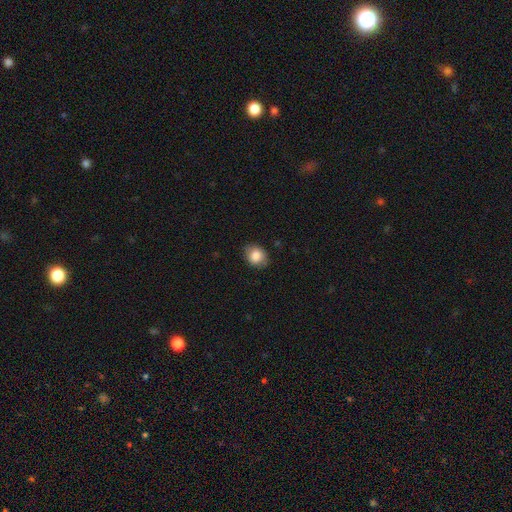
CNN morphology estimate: type=smooth (84%); roundness=in between (50%); merging=none (82%).